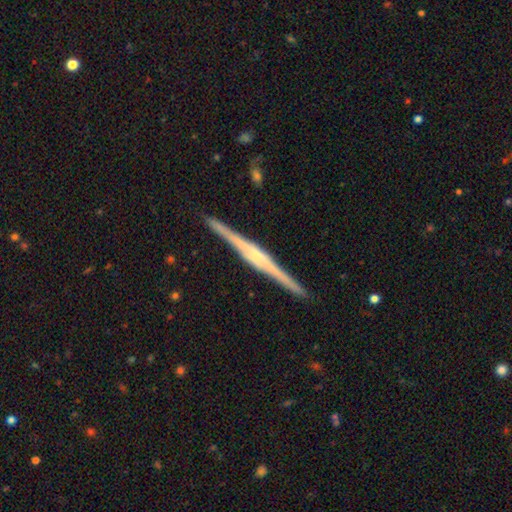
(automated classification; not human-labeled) Q: Smooth or featured?
A: featured or disk (87%); runner-up: smooth (8%)
Q: Edge-on disk?
A: yes (99%); runner-up: no (1%)
Q: Edge-on bulge?
A: rounded (51%); runner-up: boxy (37%)
Q: Merging?
A: none (93%); runner-up: minor disturbance (5%)